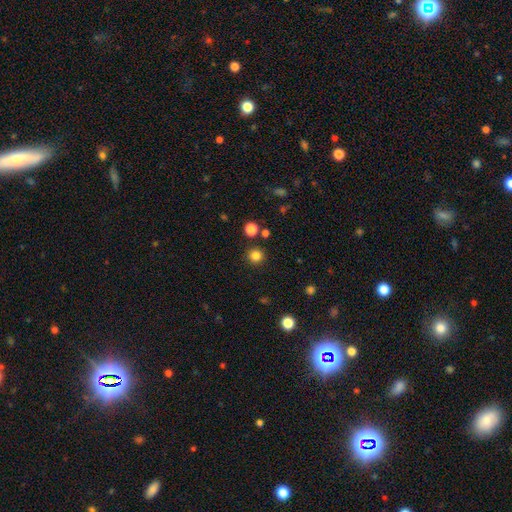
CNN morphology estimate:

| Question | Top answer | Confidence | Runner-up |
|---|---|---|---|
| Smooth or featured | smooth | 83% | star or artifact (13%) |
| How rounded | round | 94% | in between (5%) |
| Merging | none | 89% | minor disturbance (6%) |